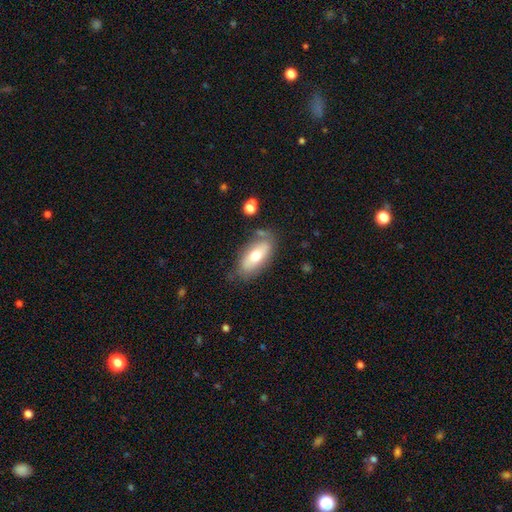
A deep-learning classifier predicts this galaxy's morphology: smooth 62%, featured or disk 31%, star or artifact 7%. Down the decision tree: how rounded — in between (84%); merging — none (69%).